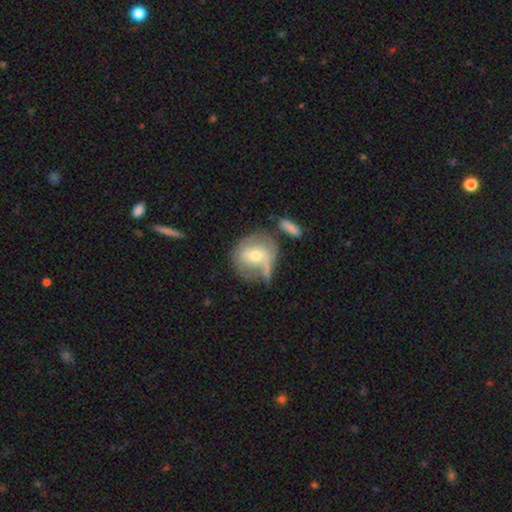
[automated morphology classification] A featured or disk galaxy (55%) with no bar (50%), spiral arms (62%) and a moderate central bulge (60%). Merging: none (41%).